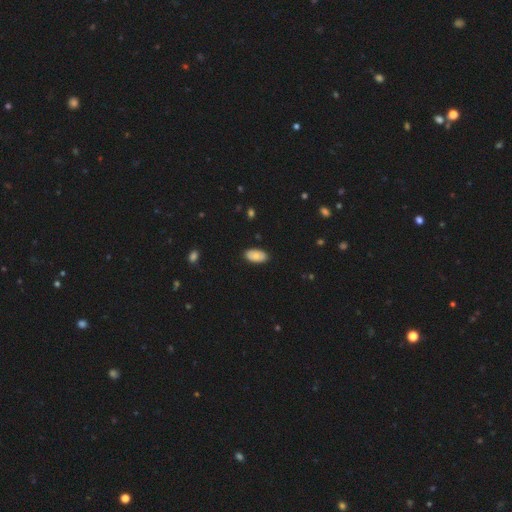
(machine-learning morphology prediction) Smooth or featured?
  - smooth: 79% *
  - featured or disk: 15%
  - star or artifact: 7%
How rounded?
  - in between: 95% *
  - round: 3%
  - cigar-shaped: 2%
Merging?
  - none: 86% *
  - minor disturbance: 11%
  - major disturbance: 2%
  - merger: 1%